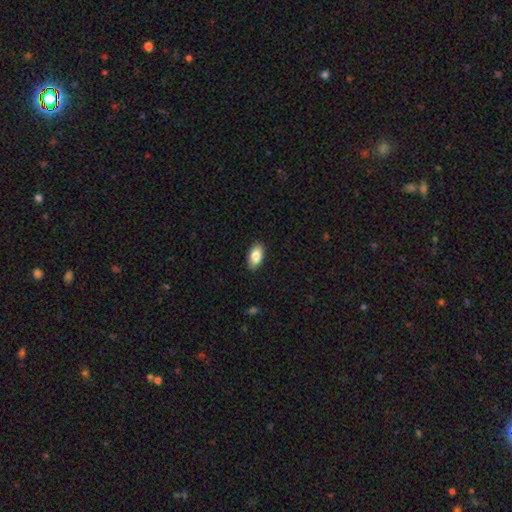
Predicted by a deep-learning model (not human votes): smooth 85%, featured or disk 9%, star or artifact 7%. Down the decision tree: how rounded — in between (94%); merging — none (89%).